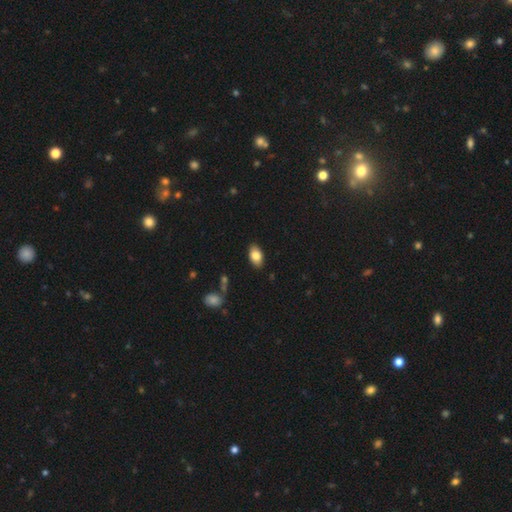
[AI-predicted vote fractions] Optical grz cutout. It shows a smooth galaxy with no disk features (83%) that is in between round and cigar-shaped (92%). Merging: none (87%).